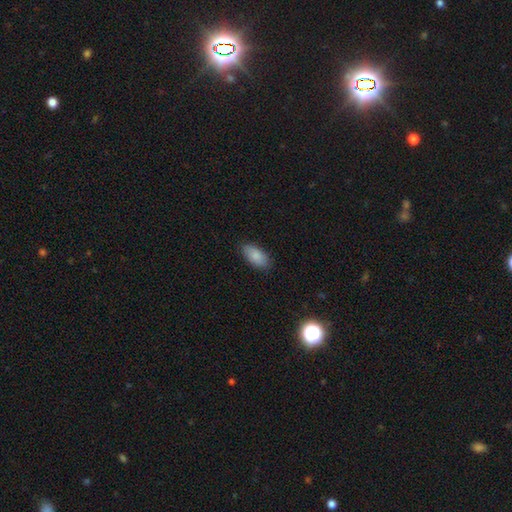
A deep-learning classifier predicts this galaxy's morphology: This is clearly a smooth galaxy (87%). How rounded: clearly in between (91%). Merging: clearly none (85%).